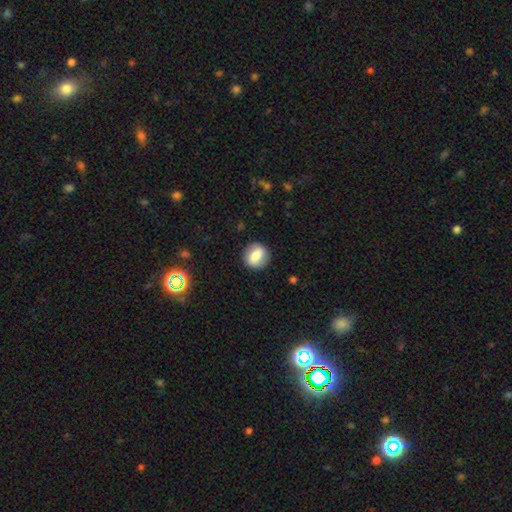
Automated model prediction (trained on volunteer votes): The model was most divided on "smooth or featured": smooth: 60%, featured or disk: 31%, star or artifact: 9%. More confident: merging — none (84%); how rounded — round (71%).